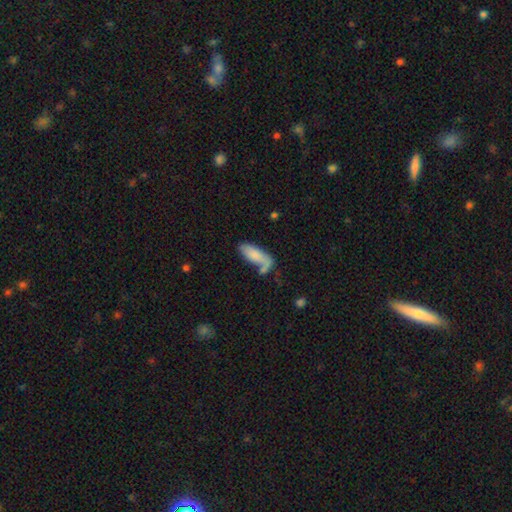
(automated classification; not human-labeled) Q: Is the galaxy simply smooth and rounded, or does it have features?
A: smooth — 78%.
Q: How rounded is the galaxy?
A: in between — 72%.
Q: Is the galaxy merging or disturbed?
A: none — 47%.